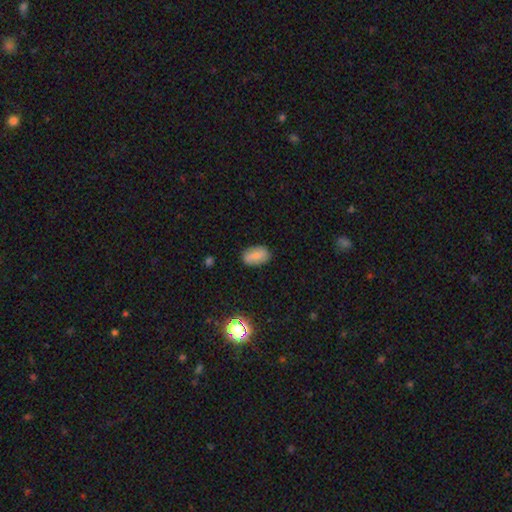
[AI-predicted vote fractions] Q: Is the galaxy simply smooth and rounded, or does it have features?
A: smooth — 71%.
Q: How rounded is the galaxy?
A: in between — 89%.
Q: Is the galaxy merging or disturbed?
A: none — 84%.